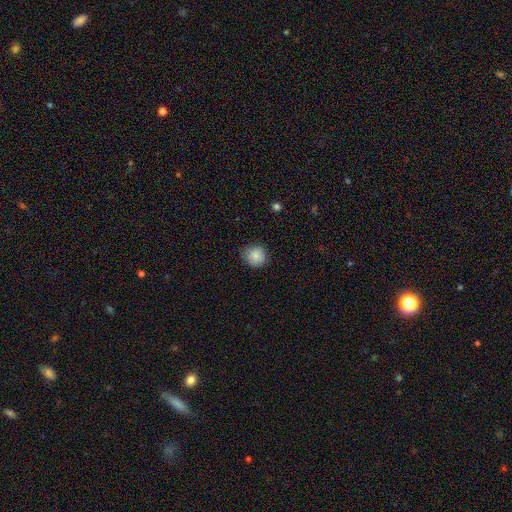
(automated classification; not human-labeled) A smooth galaxy with no disk features (84%) that is round (89%). Merging: none (75%).